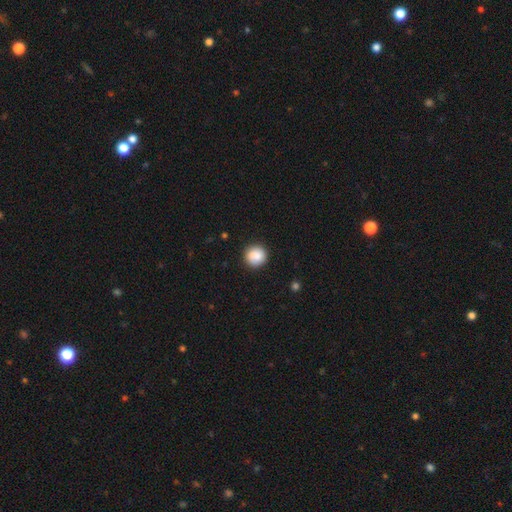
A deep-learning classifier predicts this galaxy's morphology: The model was most divided on "smooth or featured": smooth: 87%, star or artifact: 8%, featured or disk: 5%. More confident: how rounded — round (92%); merging — none (88%).